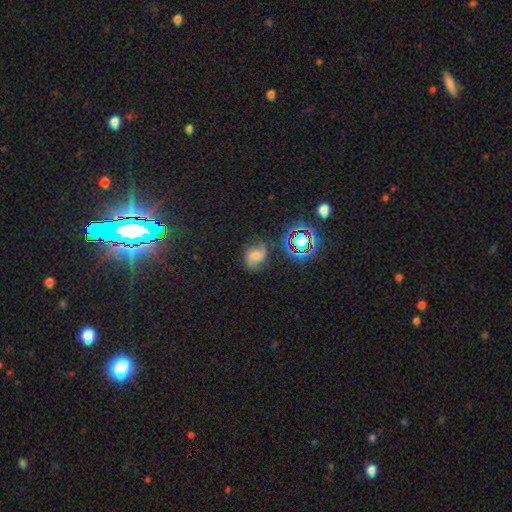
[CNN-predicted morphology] smooth-or-featured: featured or disk: 37% | smooth: 36% | star or artifact: 27%
  merging: none: 67% | minor disturbance: 21% | major disturbance: 9% | merger: 3%